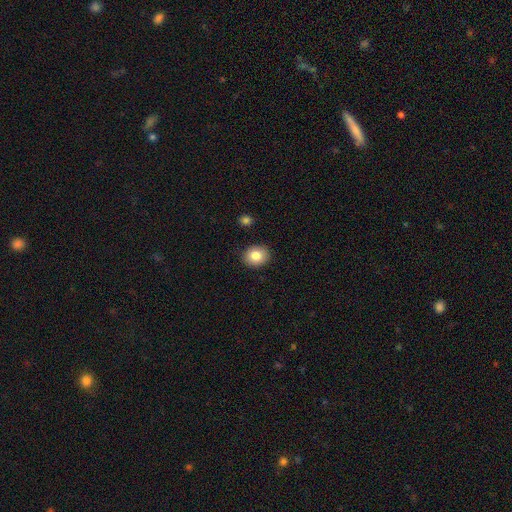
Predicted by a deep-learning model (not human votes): smooth_or_featured: smooth (p=0.83) [alt: star or artifact p=0.09]
how_rounded: round (p=0.59) [alt: in between p=0.41]
merging: none (p=0.90) [alt: minor disturbance p=0.07]